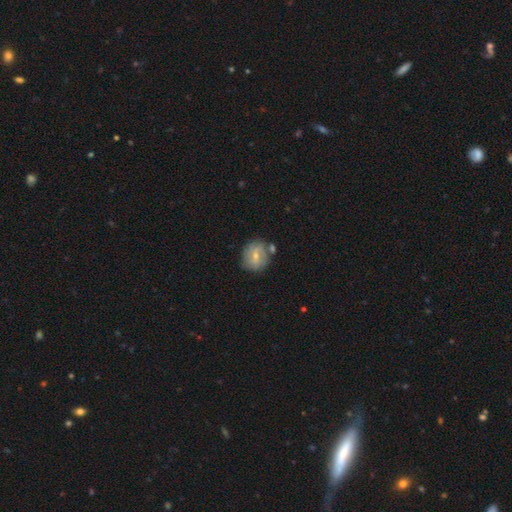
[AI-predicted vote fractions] Morphology: type=smooth (53%); roundness=round (75%); merging=none (63%).